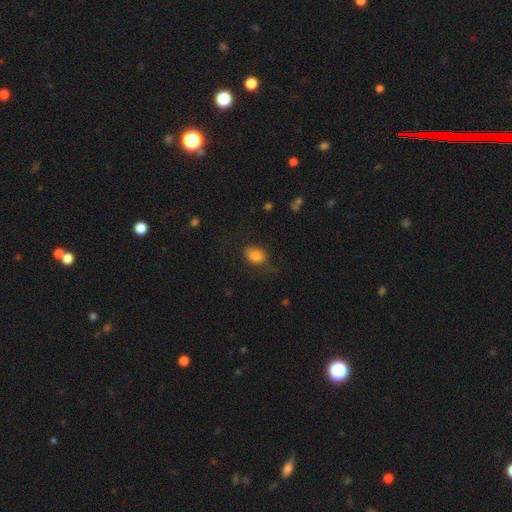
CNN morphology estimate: smooth-or-featured: smooth: 82% | star or artifact: 9% | featured or disk: 9%
  how-rounded: in between: 60% | round: 39% | cigar-shaped: 1%
  merging: none: 65% | minor disturbance: 24% | major disturbance: 10% | merger: 1%